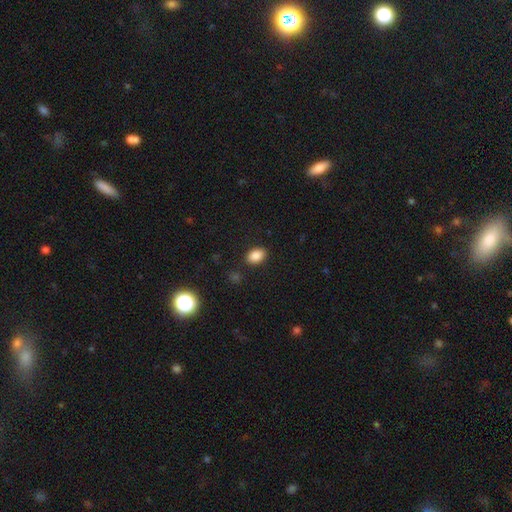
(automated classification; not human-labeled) A smooth galaxy with no disk features (86%) that is in between round and cigar-shaped (84%).

Vote fractions:
- Smooth or featured? smooth: 86% / star or artifact: 9% / featured or disk: 4%
- How rounded? in between: 84% / round: 14% / cigar-shaped: 1%
- Merging? none: 87% / minor disturbance: 9% / major disturbance: 3% / merger: 2%